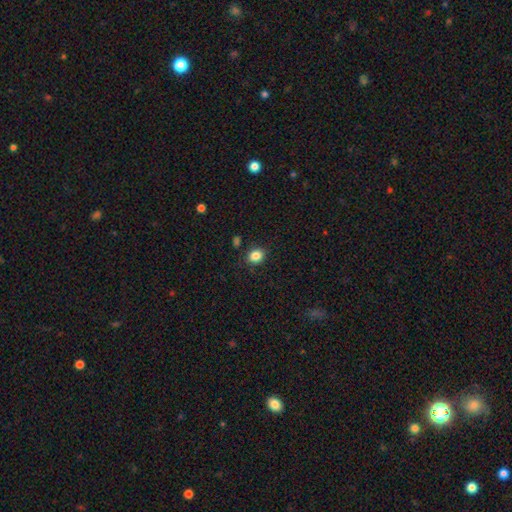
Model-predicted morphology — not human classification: type=smooth (85%); roundness=round (57%); merging=none (85%).